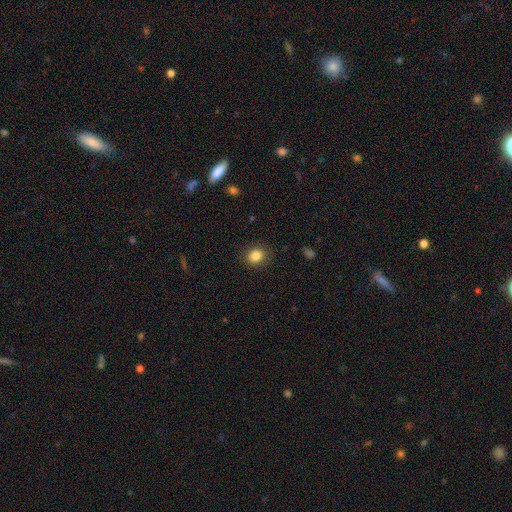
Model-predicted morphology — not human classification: Smooth or featured: smooth — 85% (star or artifact — 10%)
How rounded: round — 62% (in between — 37%)
Merging: none — 87% (minor disturbance — 9%)